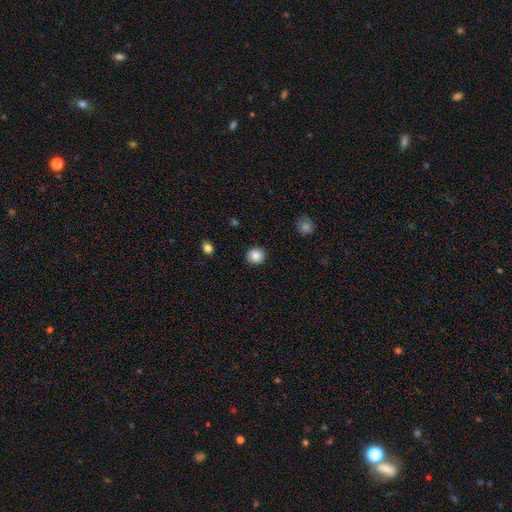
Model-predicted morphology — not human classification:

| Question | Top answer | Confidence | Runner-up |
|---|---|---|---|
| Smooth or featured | smooth | 87% | star or artifact (9%) |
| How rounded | round | 92% | in between (8%) |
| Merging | none | 92% | minor disturbance (5%) |